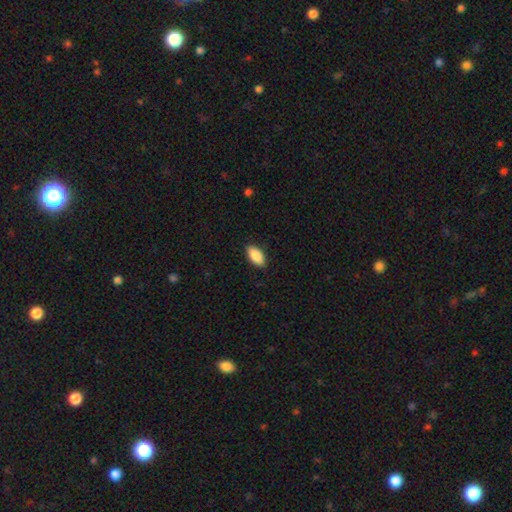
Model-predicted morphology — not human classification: A smooth galaxy with no disk features (89%) that is in between round and cigar-shaped (92%).

Vote fractions:
- Smooth or featured? smooth: 89% / star or artifact: 6% / featured or disk: 5%
- How rounded? in between: 92% / cigar-shaped: 5% / round: 2%
- Merging? none: 88% / minor disturbance: 9% / major disturbance: 2% / merger: 1%